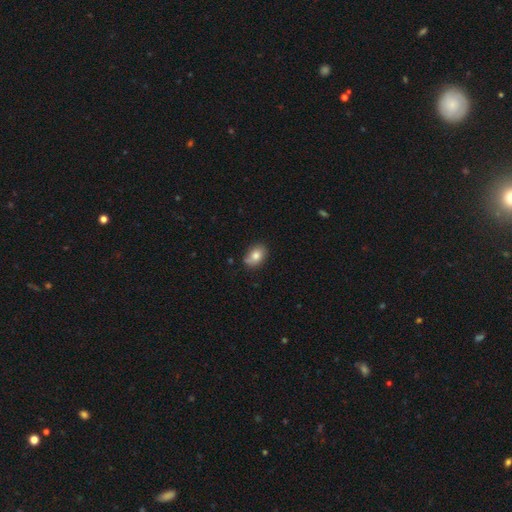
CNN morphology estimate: This appears to be a smooth galaxy with no disk features (79%) that is in between round and cigar-shaped (74%). Merging: none (70%).